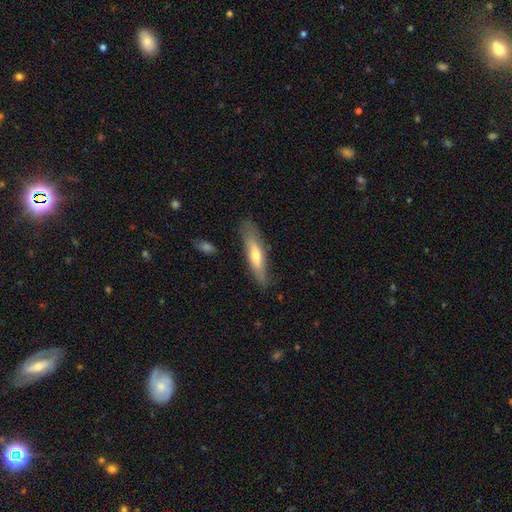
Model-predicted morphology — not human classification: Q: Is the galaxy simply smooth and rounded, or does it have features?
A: smooth — 53%.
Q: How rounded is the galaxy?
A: cigar-shaped — 75%.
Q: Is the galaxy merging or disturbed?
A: none — 81%.